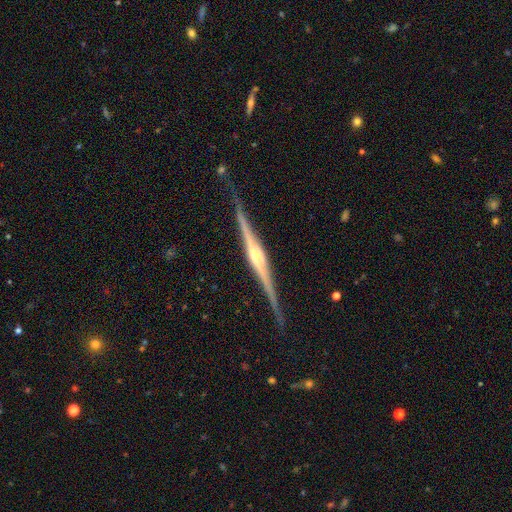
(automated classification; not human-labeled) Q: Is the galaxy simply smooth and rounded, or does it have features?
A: featured or disk — 88%.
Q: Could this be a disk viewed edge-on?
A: yes — 98%.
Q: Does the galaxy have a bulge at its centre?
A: rounded — 80%.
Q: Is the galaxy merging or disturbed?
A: none — 86%.